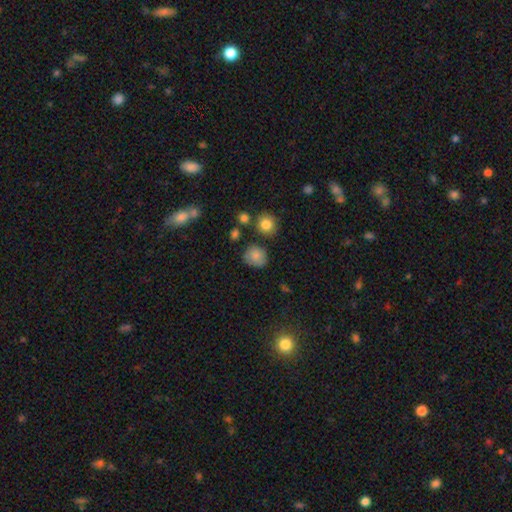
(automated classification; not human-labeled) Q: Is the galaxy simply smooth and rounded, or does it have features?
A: smooth — 75%.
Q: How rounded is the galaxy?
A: round — 70%.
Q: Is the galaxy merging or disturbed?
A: none — 68%.